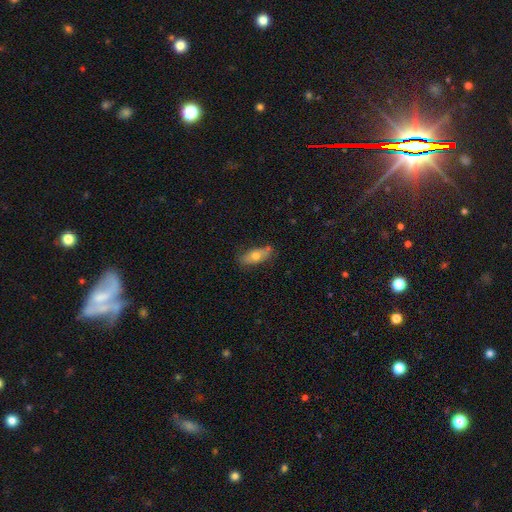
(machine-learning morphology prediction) Q: Smooth or featured?
A: smooth (68%); runner-up: featured or disk (25%)
Q: How rounded?
A: in between (72%); runner-up: cigar-shaped (25%)
Q: Merging?
A: none (69%); runner-up: minor disturbance (21%)